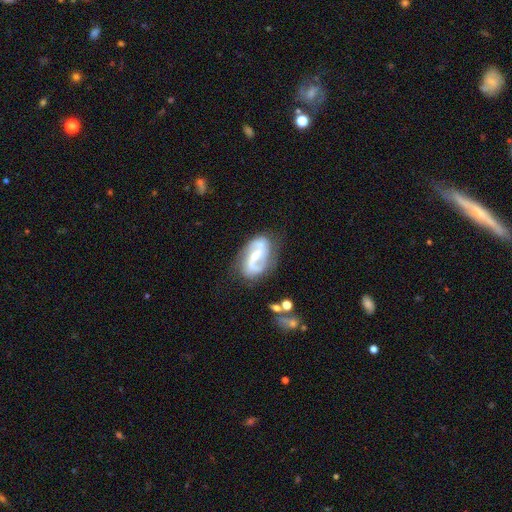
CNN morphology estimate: Smooth or featured: featured or disk — 86% (smooth — 9%)
Edge-on disk: no — 96% (yes — 4%)
Bar: strong — 44% (weak — 37%)
Spiral arms: yes — 93% (no — 7%)
Spiral winding: medium — 47% (loose — 34%)
Spiral arm count: 2 — 90% (can't tell — 4%)
Bulge size: moderate — 61% (small — 33%)
Merging: none — 74% (minor disturbance — 17%)